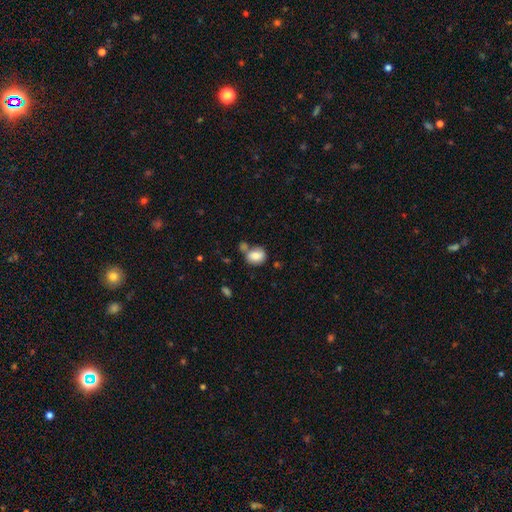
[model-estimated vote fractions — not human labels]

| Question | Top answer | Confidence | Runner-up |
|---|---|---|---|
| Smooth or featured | smooth | 81% | featured or disk (10%) |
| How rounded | in between | 51% | round (48%) |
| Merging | none | 49% | merger (29%) |